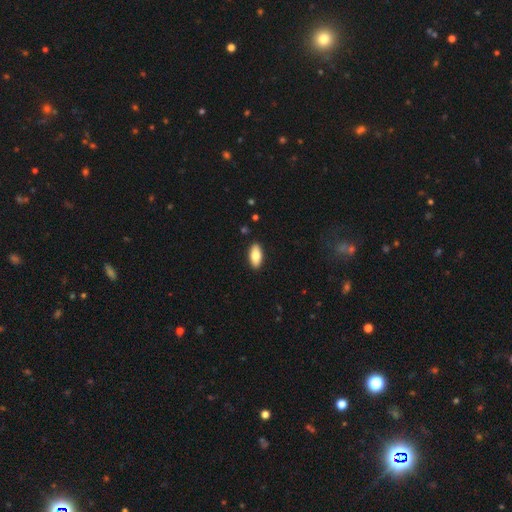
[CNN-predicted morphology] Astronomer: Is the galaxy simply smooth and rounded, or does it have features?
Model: smooth — 78%.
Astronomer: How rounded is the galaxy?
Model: in between — 89%.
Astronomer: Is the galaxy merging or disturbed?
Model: none — 90%.